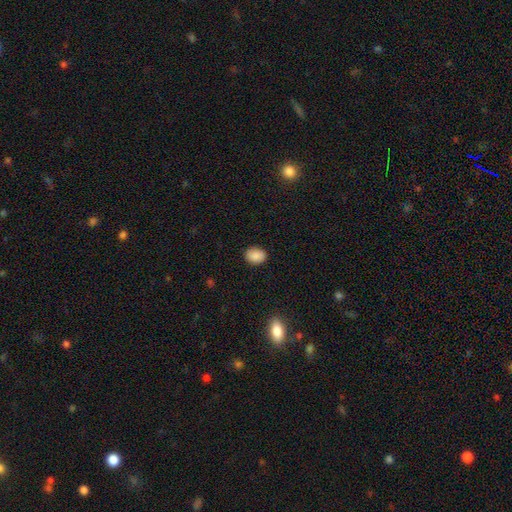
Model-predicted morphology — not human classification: Smooth or featured? Predicted: smooth (p=0.88). How rounded? Predicted: in between (p=0.59). Merging? Predicted: none (p=0.87).